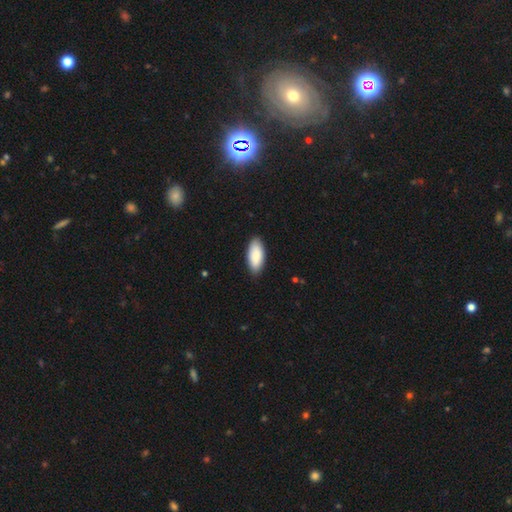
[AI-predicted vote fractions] Smooth or featured?
  - smooth: 89% *
  - featured or disk: 6%
  - star or artifact: 5%
How rounded?
  - in between: 88% *
  - cigar-shaped: 10%
  - round: 2%
Merging?
  - none: 88% *
  - minor disturbance: 10%
  - major disturbance: 2%
  - merger: 1%